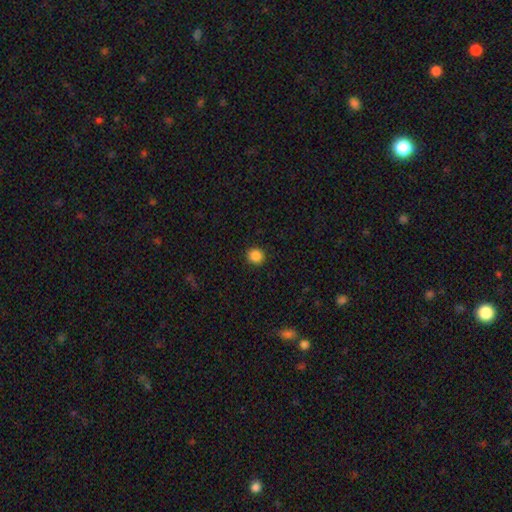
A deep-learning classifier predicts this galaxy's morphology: A smooth galaxy with no disk features (87%) that is round (91%). Merging: none (93%).